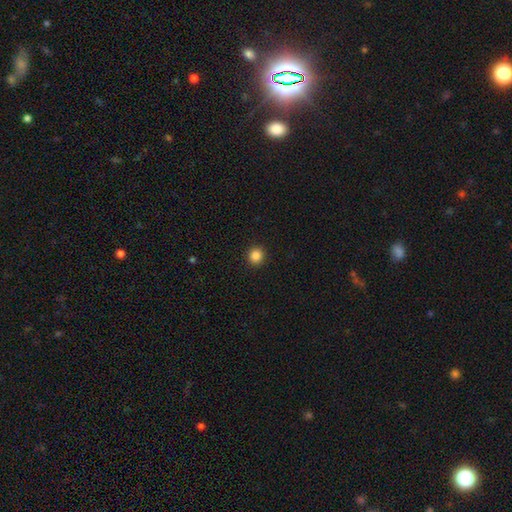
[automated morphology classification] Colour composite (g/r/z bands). It shows a smooth galaxy with no disk features (85%) that is round (91%). Merging: none (93%).